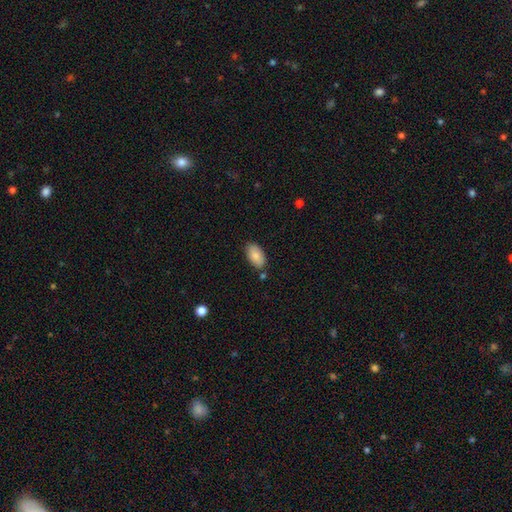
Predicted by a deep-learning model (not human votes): Smooth or featured: smooth — 86% (featured or disk — 7%)
How rounded: in between — 95% (round — 3%)
Merging: none — 81% (minor disturbance — 12%)